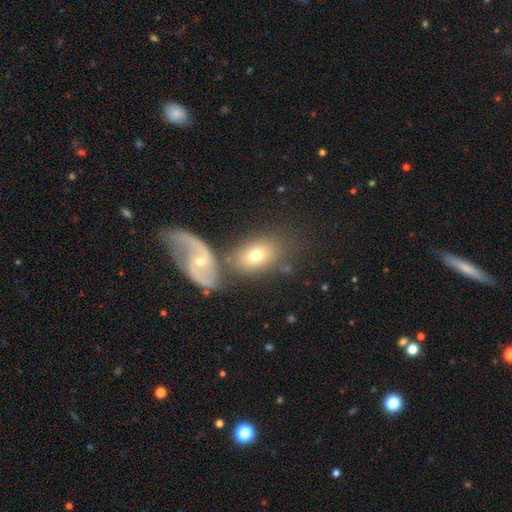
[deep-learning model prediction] Smooth or featured: smooth — 60% (featured or disk — 32%)
How rounded: in between — 82% (round — 16%)
Merging: none — 56% (merger — 24%)